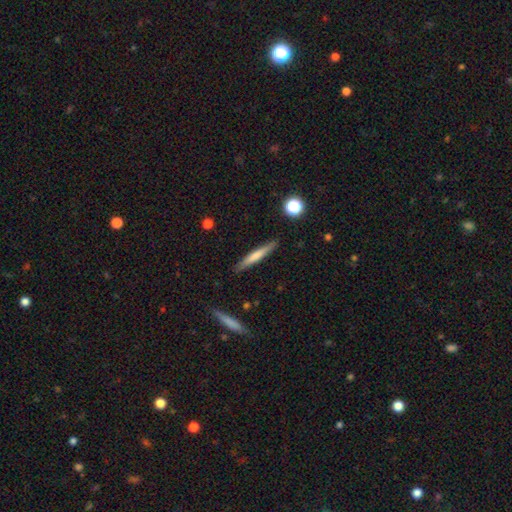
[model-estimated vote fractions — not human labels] Smooth or featured: smooth — 63% (featured or disk — 31%)
How rounded: cigar-shaped — 95% (in between — 4%)
Merging: none — 88% (minor disturbance — 9%)